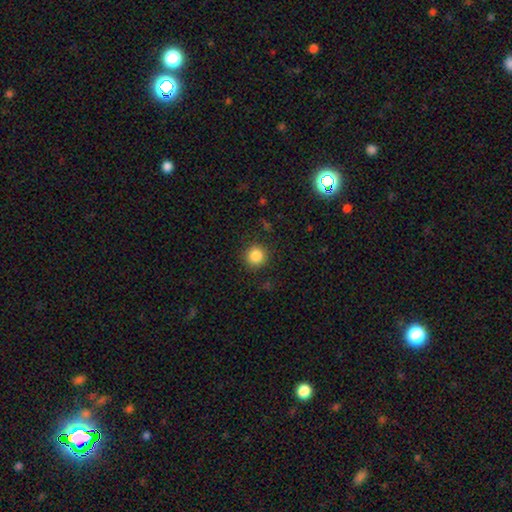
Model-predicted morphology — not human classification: Smooth or featured? Predicted: smooth (p=0.86). How rounded? Predicted: round (p=0.94). Merging? Predicted: none (p=0.89).